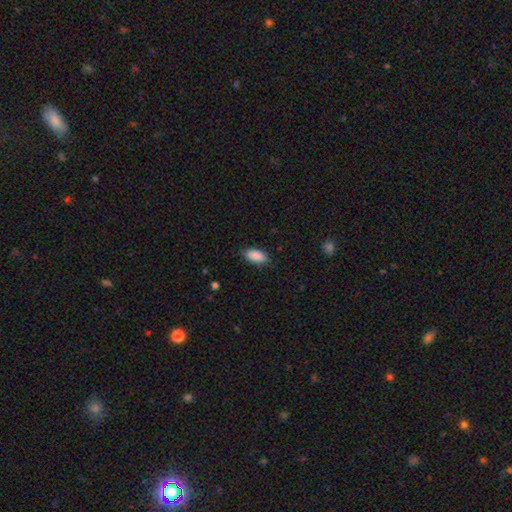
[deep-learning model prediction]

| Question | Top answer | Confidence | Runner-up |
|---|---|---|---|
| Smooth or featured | smooth | 90% | star or artifact (7%) |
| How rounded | in between | 92% | cigar-shaped (5%) |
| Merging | none | 84% | minor disturbance (13%) |